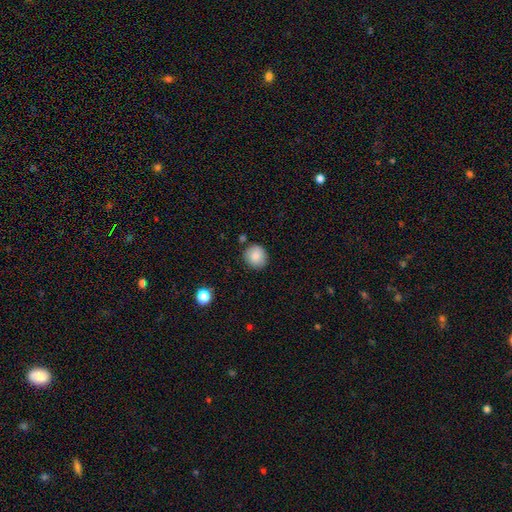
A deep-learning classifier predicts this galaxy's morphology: Overall: smooth (87%). How rounded: round (87%). Merging: none (84%).